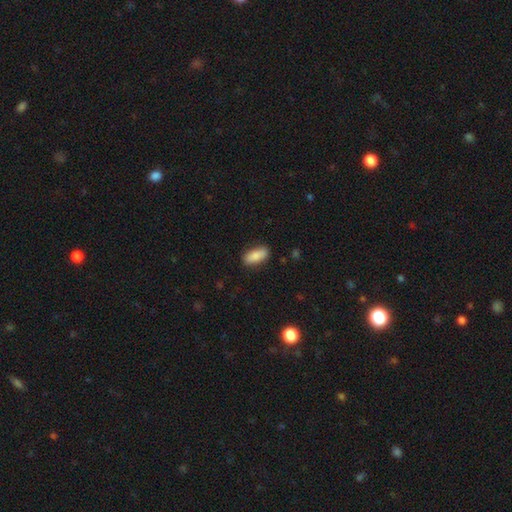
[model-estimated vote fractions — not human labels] This is clearly a smooth galaxy (86%). How rounded: clearly in between (84%). Merging: clearly none (85%).